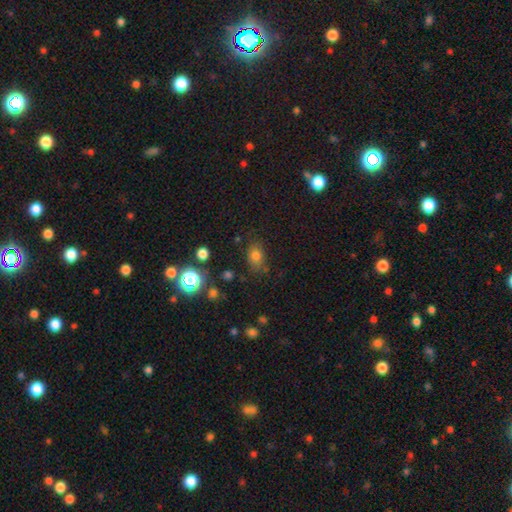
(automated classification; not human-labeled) Q: Smooth or featured?
A: smooth (74%); runner-up: star or artifact (17%)
Q: How rounded?
A: in between (69%); runner-up: round (30%)
Q: Merging?
A: none (73%); runner-up: minor disturbance (18%)